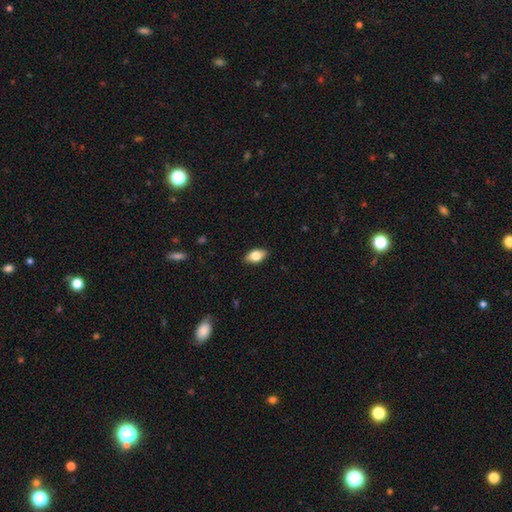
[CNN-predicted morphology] Smooth or featured: smooth — 75% (featured or disk — 18%)
How rounded: in between — 89% (round — 6%)
Merging: none — 88% (minor disturbance — 10%)